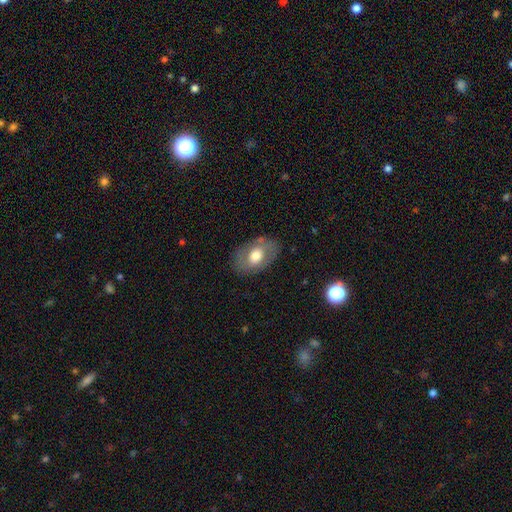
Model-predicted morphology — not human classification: Smooth or featured? smooth (60%)
How rounded? in between (85%)
Merging? none (77%)